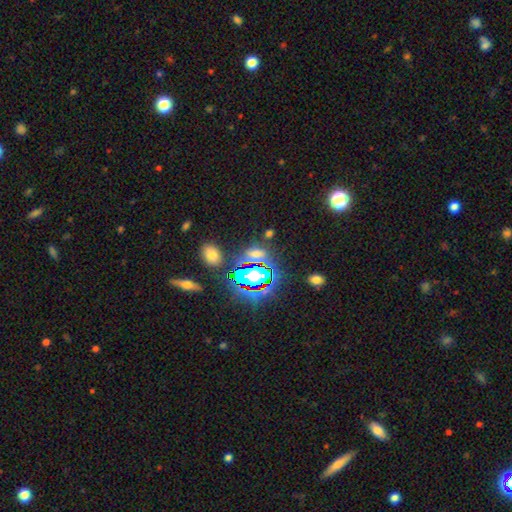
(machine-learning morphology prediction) A star or artifact, not a galaxy (65%).